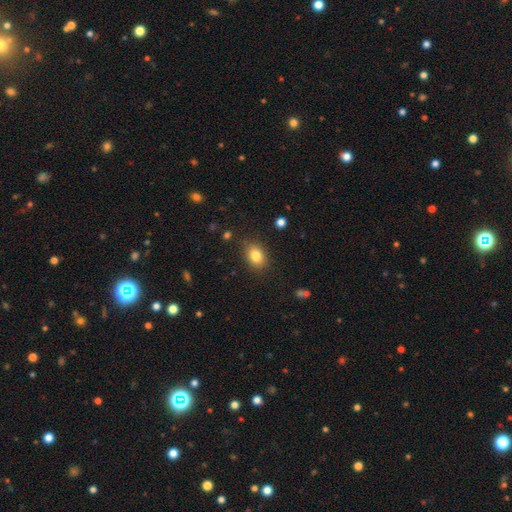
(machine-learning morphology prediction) A smooth galaxy with no disk features (83%) that is in between round and cigar-shaped (68%). Merging: none (86%).